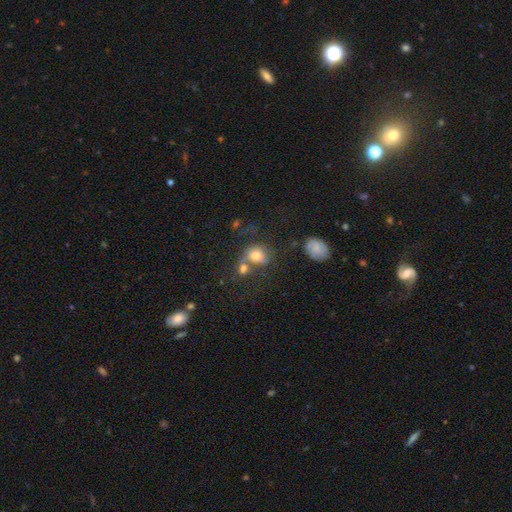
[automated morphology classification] smooth_or_featured: smooth (p=0.73) [alt: featured or disk p=0.14]
how_rounded: in between (p=0.50) [alt: round p=0.49]
merging: none (p=0.40) [alt: merger p=0.36]